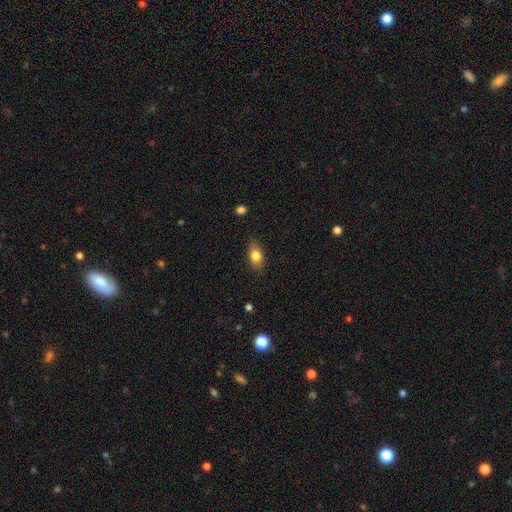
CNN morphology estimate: The model was most divided on "merging": none: 82%, minor disturbance: 14%, major disturbance: 3%, merger: 1%. More confident: how rounded — in between (83%); smooth or featured — smooth (80%).